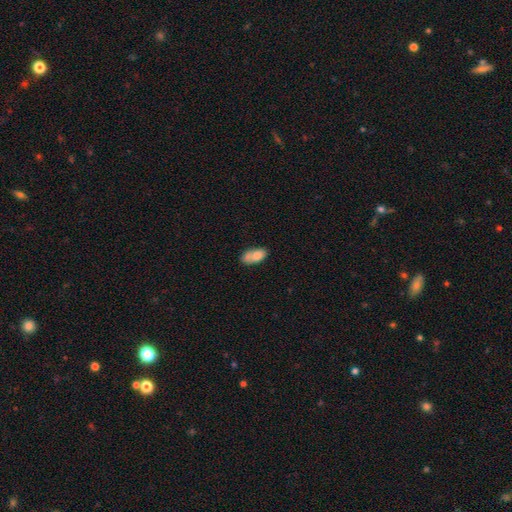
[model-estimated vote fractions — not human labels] Smooth or featured? Predicted: smooth (p=0.75). How rounded? Predicted: in between (p=0.88). Merging? Predicted: none (p=0.42).